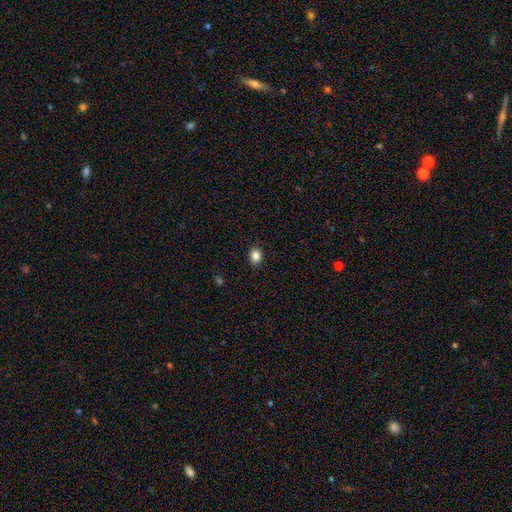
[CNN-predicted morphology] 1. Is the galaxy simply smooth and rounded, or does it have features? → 86% smooth, 10% star or artifact, 4% featured or disk.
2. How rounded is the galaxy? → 54% in between, 45% round, 1% cigar-shaped.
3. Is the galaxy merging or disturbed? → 89% none, 8% minor disturbance, 2% major disturbance, 1% merger.